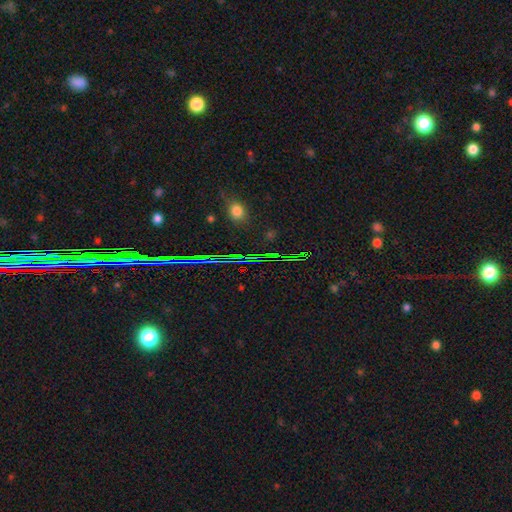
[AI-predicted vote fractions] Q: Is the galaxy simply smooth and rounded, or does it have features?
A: star or artifact — 62%.